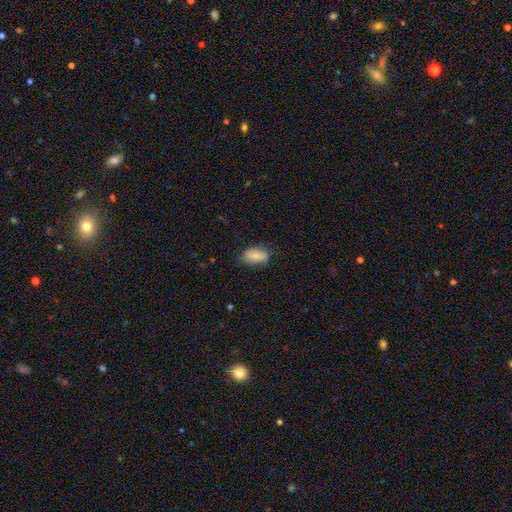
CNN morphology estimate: type=smooth (76%); roundness=in between (91%); merging=none (68%).